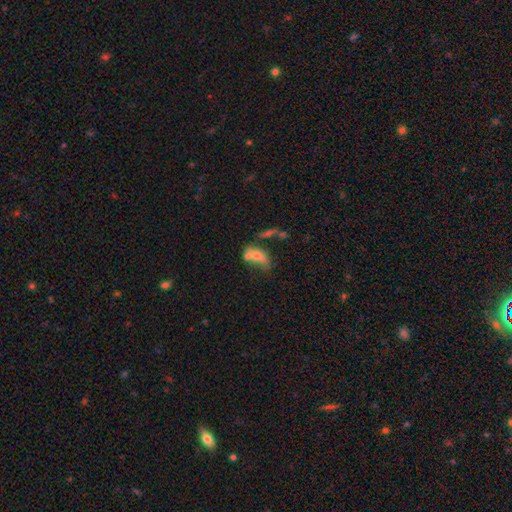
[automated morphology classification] Smooth or featured? Predicted: smooth (p=0.61). How rounded? Predicted: in between (p=0.81). Merging? Predicted: merger (p=0.45).